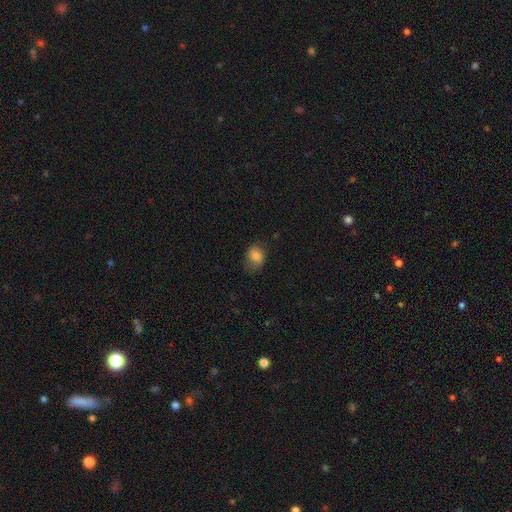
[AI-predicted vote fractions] smooth 81%, featured or disk 10%, star or artifact 9%. Down the decision tree: how rounded — in between (57%); merging — none (63%).